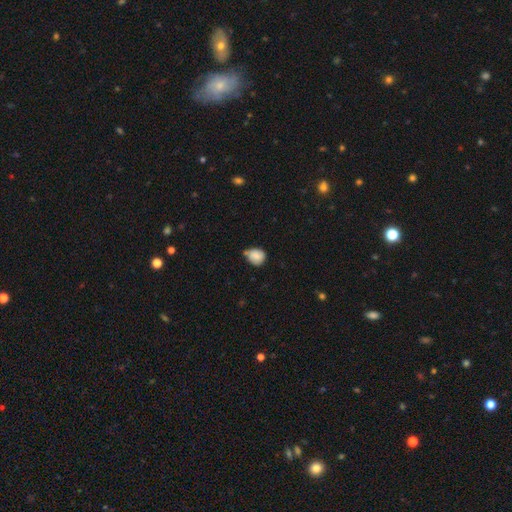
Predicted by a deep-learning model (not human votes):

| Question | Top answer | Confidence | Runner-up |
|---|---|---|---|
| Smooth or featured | smooth | 83% | featured or disk (9%) |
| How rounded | round | 68% | in between (31%) |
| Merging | none | 46% | minor disturbance (38%) |